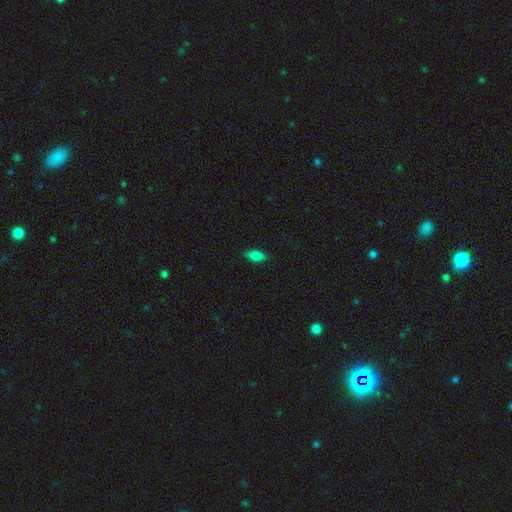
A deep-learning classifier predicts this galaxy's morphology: Smooth or featured: smooth — 76% (featured or disk — 16%)
How rounded: in between — 82% (cigar-shaped — 14%)
Merging: none — 84% (minor disturbance — 12%)